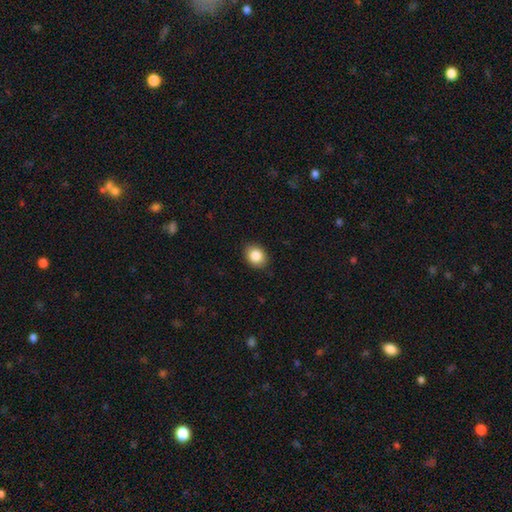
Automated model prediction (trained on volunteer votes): Smooth or featured: smooth — 85% (star or artifact — 9%)
How rounded: round — 52% (in between — 47%)
Merging: none — 89% (minor disturbance — 9%)